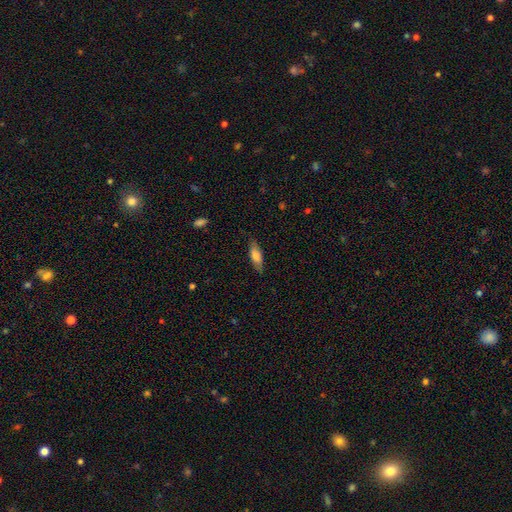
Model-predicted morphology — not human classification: Q: Smooth or featured?
A: smooth (71%); runner-up: featured or disk (22%)
Q: How rounded?
A: in between (56%); runner-up: cigar-shaped (42%)
Q: Merging?
A: none (81%); runner-up: minor disturbance (15%)